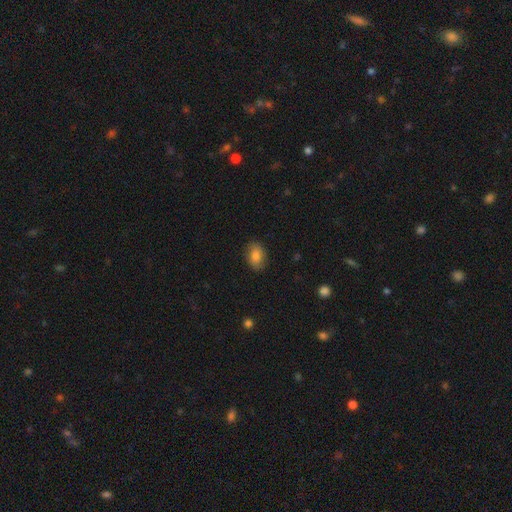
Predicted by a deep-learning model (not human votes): smooth_or_featured: smooth (p=0.82) [alt: featured or disk p=0.10]
how_rounded: in between (p=0.81) [alt: round p=0.18]
merging: none (p=0.85) [alt: minor disturbance p=0.11]